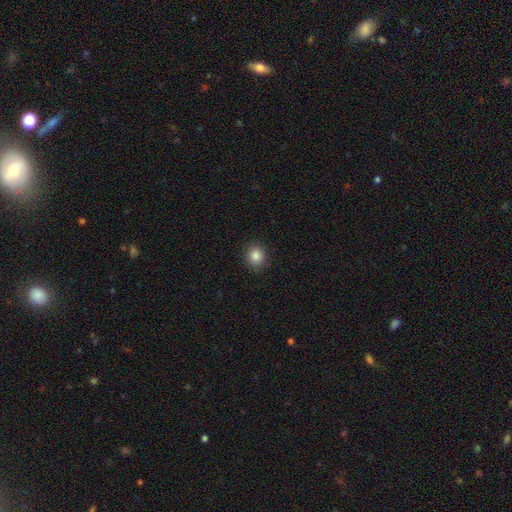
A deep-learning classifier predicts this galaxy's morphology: Smooth or featured? smooth (86%)
How rounded? round (79%)
Merging? none (89%)